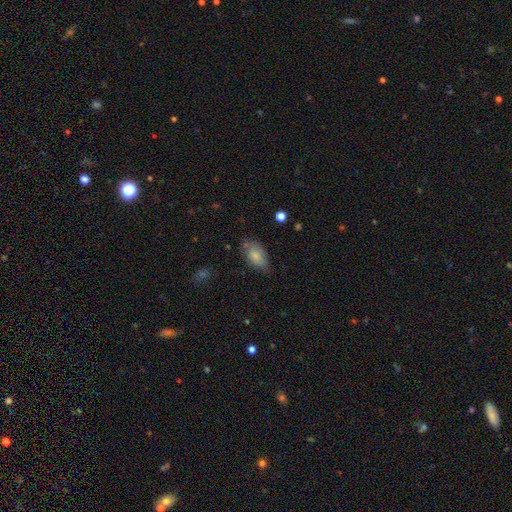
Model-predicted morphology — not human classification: This is likely a smooth galaxy (79%). How rounded: clearly in between (92%). Merging: likely none (62%).